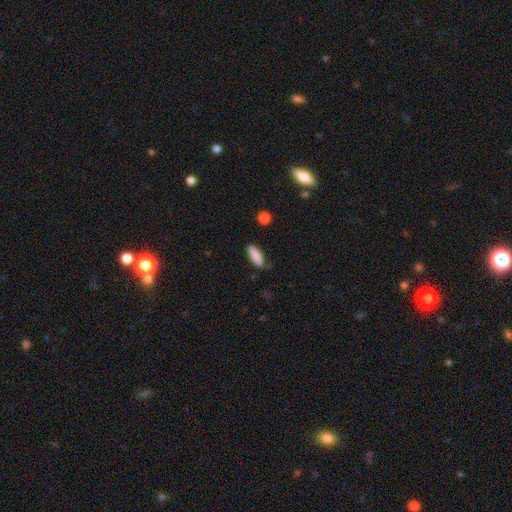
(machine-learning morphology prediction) This appears to be a smooth galaxy with no disk features (88%) that is in between round and cigar-shaped (72%). Merging: none (70%).